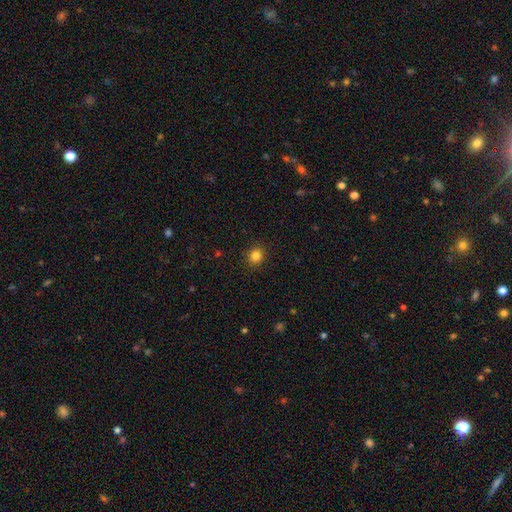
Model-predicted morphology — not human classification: Smooth or featured?
  - smooth: 83% *
  - star or artifact: 12%
  - featured or disk: 4%
How rounded?
  - round: 86% *
  - in between: 13%
  - cigar-shaped: 1%
Merging?
  - none: 91% *
  - minor disturbance: 6%
  - major disturbance: 2%
  - merger: 1%